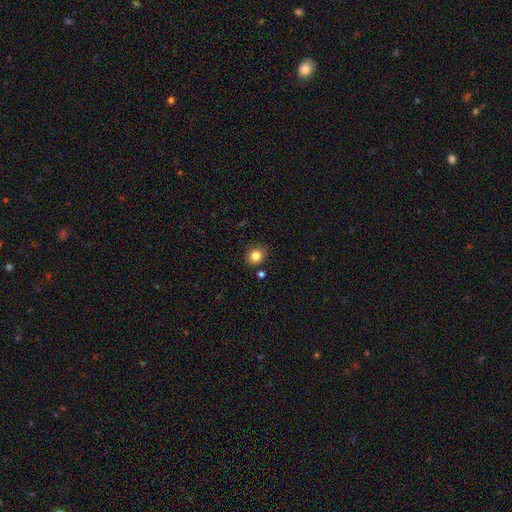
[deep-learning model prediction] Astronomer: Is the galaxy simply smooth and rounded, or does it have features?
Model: smooth — 84%.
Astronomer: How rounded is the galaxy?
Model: round — 69%.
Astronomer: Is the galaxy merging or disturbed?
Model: none — 83%.